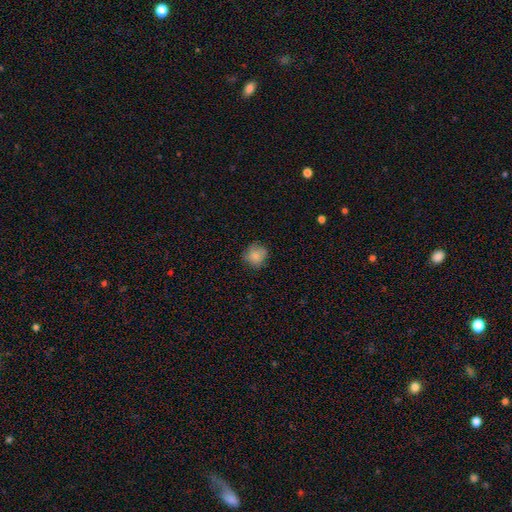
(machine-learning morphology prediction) A smooth galaxy with no disk features (83%) that is round (87%).

Vote fractions:
- Smooth or featured? smooth: 83% / star or artifact: 9% / featured or disk: 8%
- How rounded? round: 87% / in between: 12% / cigar-shaped: 1%
- Merging? none: 77% / minor disturbance: 17% / major disturbance: 4% / merger: 1%